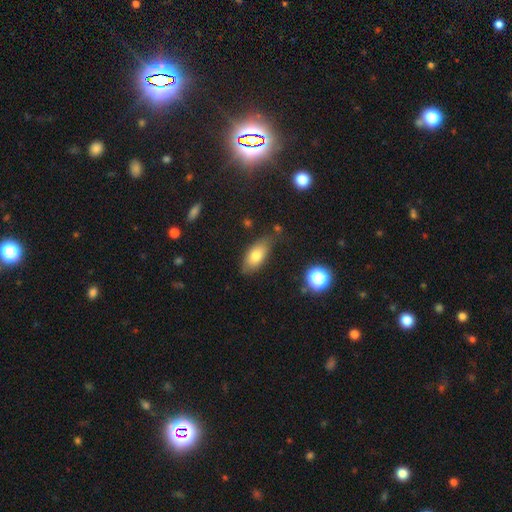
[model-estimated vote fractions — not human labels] smooth_or_featured: smooth (p=0.76) [alt: featured or disk p=0.15]
how_rounded: in between (p=0.85) [alt: cigar-shaped p=0.11]
merging: none (p=0.71) [alt: minor disturbance p=0.21]